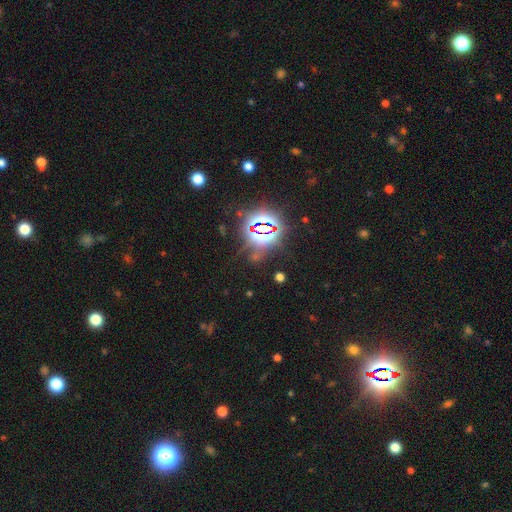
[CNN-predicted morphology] smooth_or_featured: star or artifact (p=0.81) [alt: smooth p=0.12]